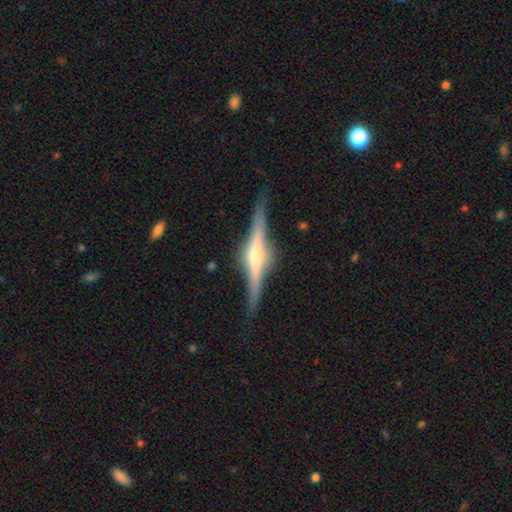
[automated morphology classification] Smooth or featured?
  - featured or disk: 78% *
  - smooth: 17%
  - star or artifact: 5%
Edge-on disk?
  - yes: 97% *
  - no: 3%
Edge-on bulge?
  - rounded: 76% *
  - boxy: 15%
  - none: 9%
Merging?
  - none: 84% *
  - minor disturbance: 12%
  - major disturbance: 3%
  - merger: 1%